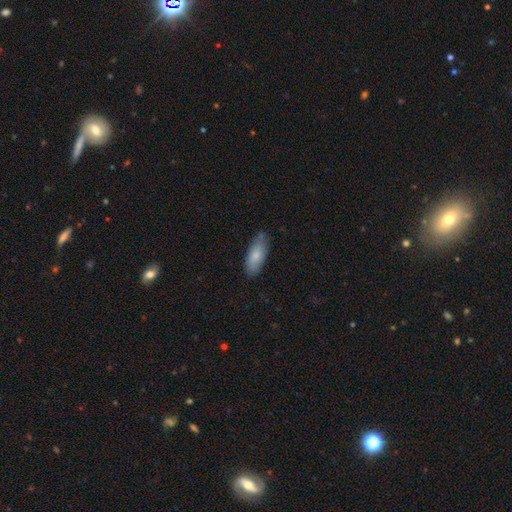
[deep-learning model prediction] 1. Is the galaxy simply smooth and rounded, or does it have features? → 80% smooth, 14% featured or disk, 6% star or artifact.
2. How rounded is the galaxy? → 70% in between, 28% cigar-shaped, 2% round.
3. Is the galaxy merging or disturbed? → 76% none, 20% minor disturbance, 3% major disturbance, 1% merger.